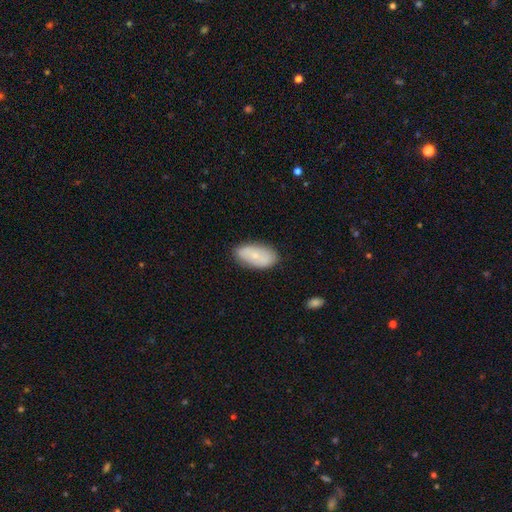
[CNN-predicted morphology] This is likely a smooth galaxy (64%). How rounded: clearly in between (93%). Merging: clearly none (82%).